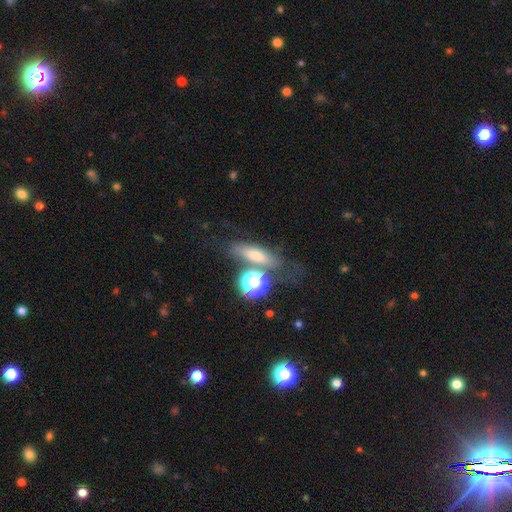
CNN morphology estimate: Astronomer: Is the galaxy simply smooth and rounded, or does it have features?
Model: smooth — 64%.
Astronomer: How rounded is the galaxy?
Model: cigar-shaped — 40% (runner-up: in between, 39%).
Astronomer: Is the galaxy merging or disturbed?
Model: none — 59%.